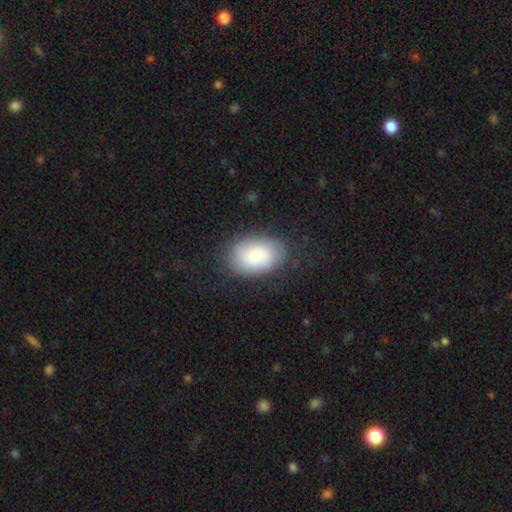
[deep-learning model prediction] Smooth or featured: smooth — 85% (featured or disk — 8%)
How rounded: in between — 90% (round — 9%)
Merging: none — 78% (minor disturbance — 16%)